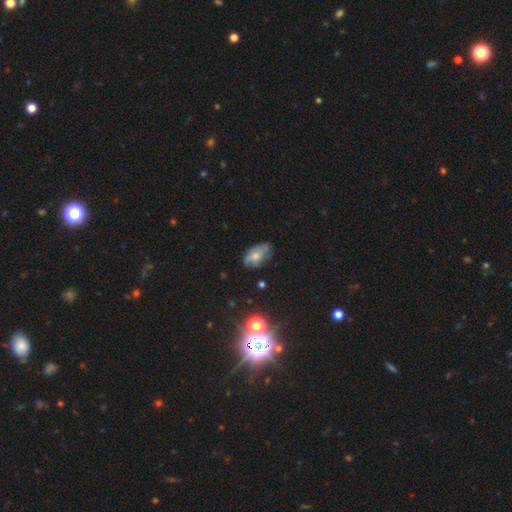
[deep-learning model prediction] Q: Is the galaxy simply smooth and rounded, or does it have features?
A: smooth — 60%.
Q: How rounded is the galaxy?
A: in between — 91%.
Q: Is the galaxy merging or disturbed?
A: none — 61%.